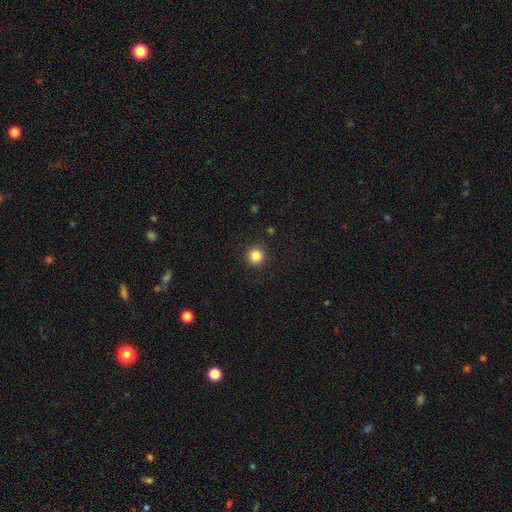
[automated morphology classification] smooth_or_featured: smooth (p=0.86) [alt: star or artifact p=0.11]
how_rounded: round (p=0.94) [alt: in between p=0.05]
merging: none (p=0.91) [alt: minor disturbance p=0.05]